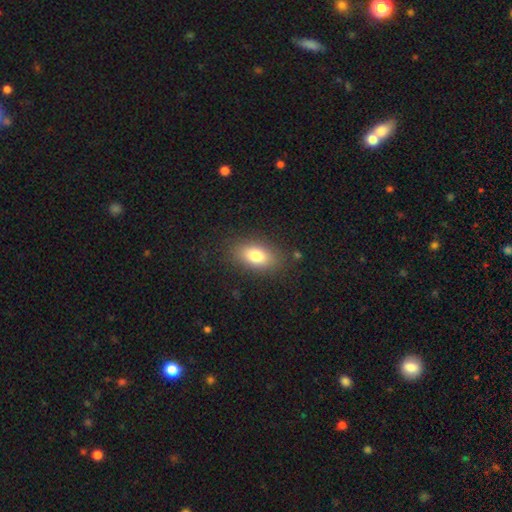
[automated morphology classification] The model was most divided on "smooth or featured": smooth: 79%, featured or disk: 12%, star or artifact: 9%. More confident: how rounded — in between (87%); merging — none (84%).